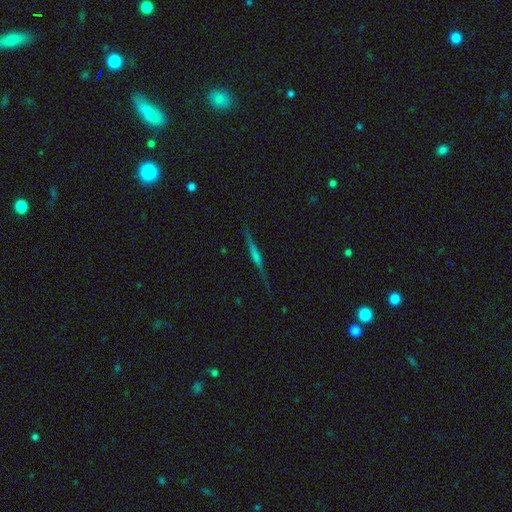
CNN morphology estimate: Smooth or featured: featured or disk — 60% (smooth — 31%)
Edge-on disk: yes — 97% (no — 3%)
Edge-on bulge: none — 42% (rounded — 33%)
Merging: none — 83% (minor disturbance — 12%)